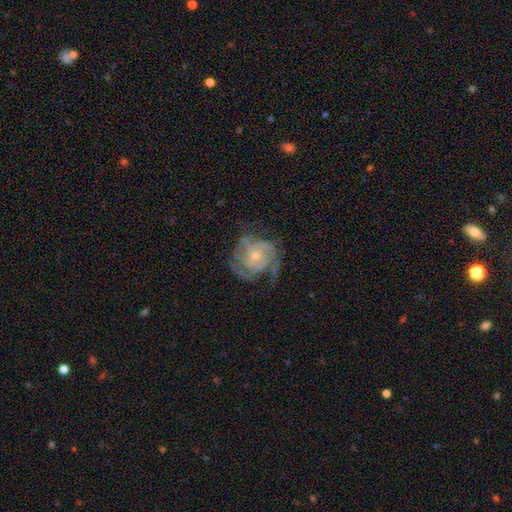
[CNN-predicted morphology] Q: Smooth or featured?
A: featured or disk (88%); runner-up: smooth (7%)
Q: Edge-on disk?
A: no (98%); runner-up: yes (2%)
Q: Bar?
A: no (70%); runner-up: weak (25%)
Q: Spiral arms?
A: yes (96%); runner-up: no (4%)
Q: Spiral winding?
A: tight (56%); runner-up: medium (36%)
Q: Spiral arm count?
A: 3 (34%); runner-up: 2 (26%)
Q: Bulge size?
A: small (66%); runner-up: moderate (29%)
Q: Merging?
A: none (65%); runner-up: minor disturbance (20%)